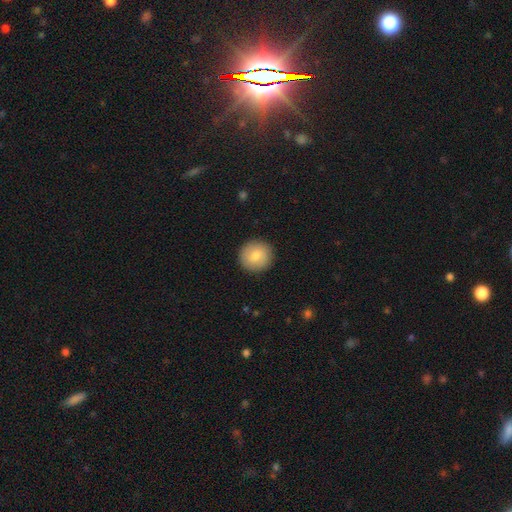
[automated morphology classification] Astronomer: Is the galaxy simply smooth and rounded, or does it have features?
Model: smooth — 81%.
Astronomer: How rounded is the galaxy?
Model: round — 93%.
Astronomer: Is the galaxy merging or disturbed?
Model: none — 91%.